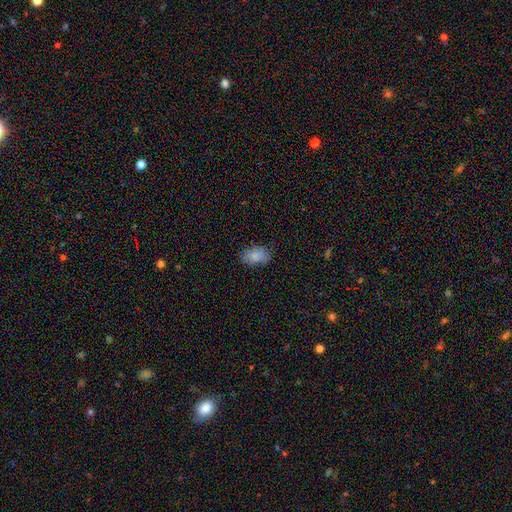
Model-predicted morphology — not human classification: Smooth or featured? smooth (82%)
How rounded? in between (90%)
Merging? none (72%)